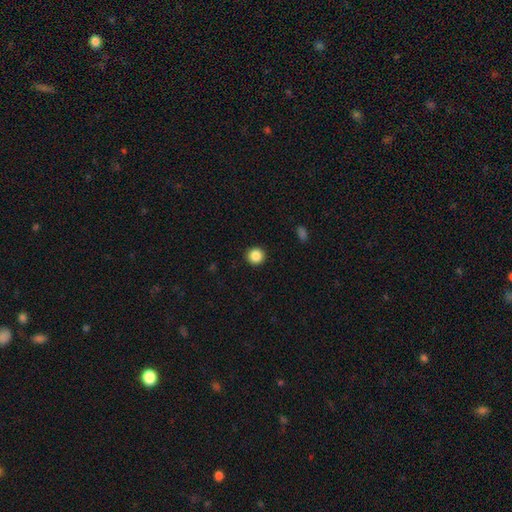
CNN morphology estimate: smooth-or-featured: smooth: 87% | star or artifact: 10% | featured or disk: 3%
  how-rounded: round: 95% | in between: 4% | cigar-shaped: 1%
  merging: none: 93% | minor disturbance: 4% | major disturbance: 2% | merger: 1%